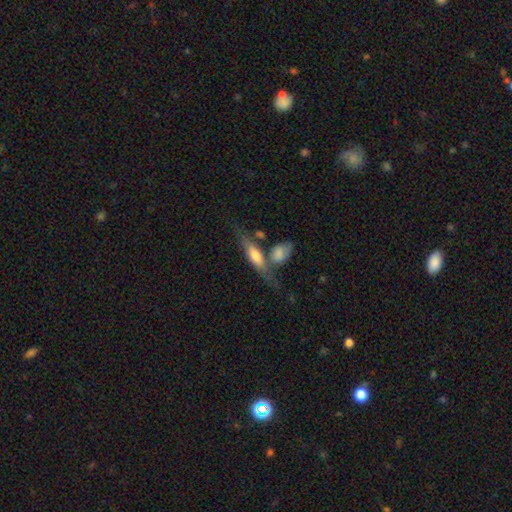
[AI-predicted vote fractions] A smooth galaxy with no disk features (49%). Merging: none (48%).